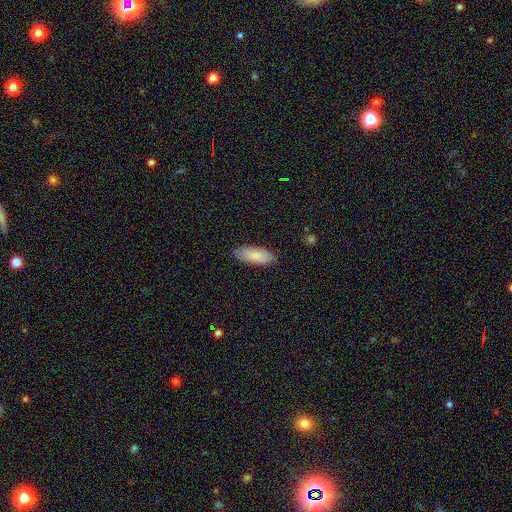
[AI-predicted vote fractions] Smooth or featured: smooth — 87% (featured or disk — 7%)
How rounded: in between — 83% (cigar-shaped — 15%)
Merging: none — 86% (minor disturbance — 11%)